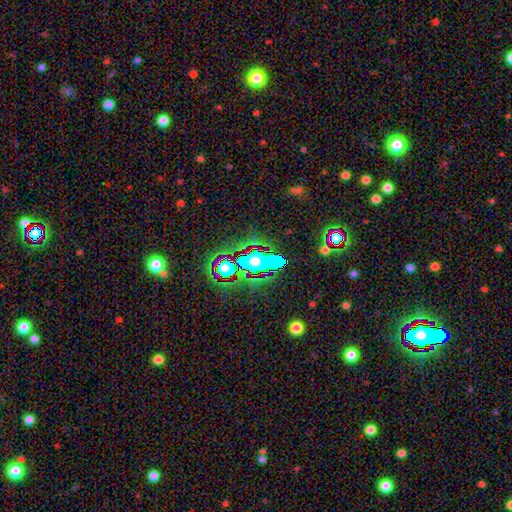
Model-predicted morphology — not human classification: Overall: star or artifact (74%).